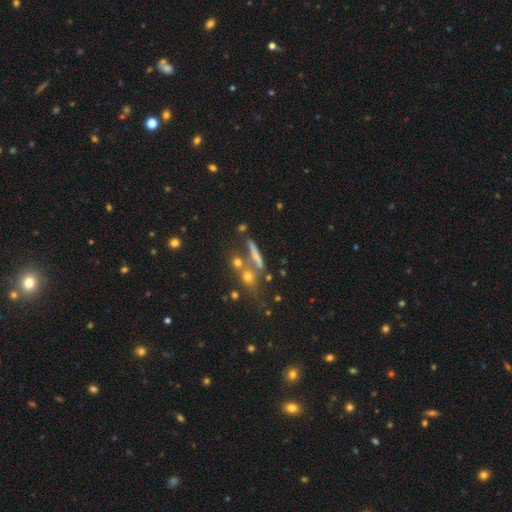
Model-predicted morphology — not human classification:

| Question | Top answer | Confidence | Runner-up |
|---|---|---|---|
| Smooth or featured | smooth | 52% | featured or disk (33%) |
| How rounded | cigar-shaped | 72% | in between (15%) |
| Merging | none | 56% | merger (24%) |